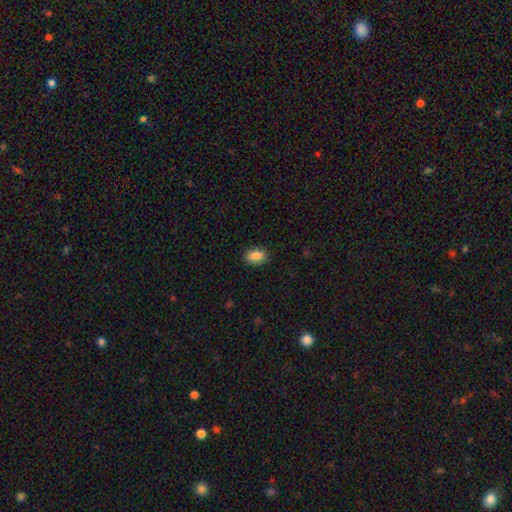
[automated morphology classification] A smooth galaxy with no disk features (87%) that is in between round and cigar-shaped (82%). Merging: none (88%).